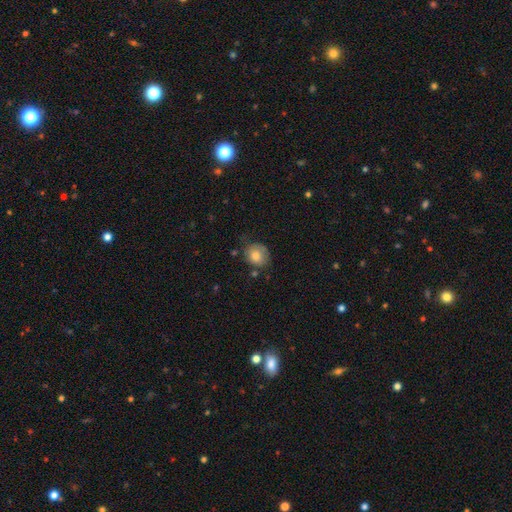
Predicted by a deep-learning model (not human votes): A smooth galaxy with no disk features (77%) that is round (65%). Merging: none (62%).